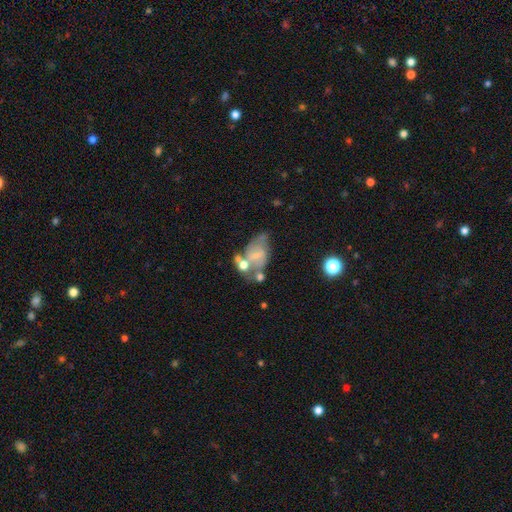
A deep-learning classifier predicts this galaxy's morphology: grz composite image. It shows a featured or disk galaxy (53%) with no bar (51%), no spiral arms (55%) and a small central bulge (56%). Merging: merger (31%).